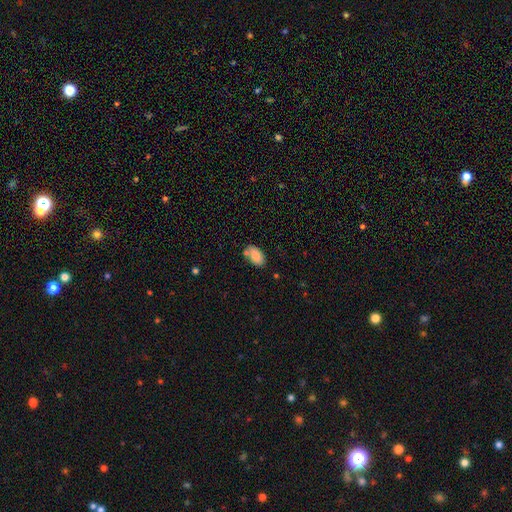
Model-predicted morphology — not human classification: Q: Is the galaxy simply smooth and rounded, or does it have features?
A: smooth — 86%.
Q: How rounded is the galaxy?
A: in between — 93%.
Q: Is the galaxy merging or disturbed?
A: none — 66%.